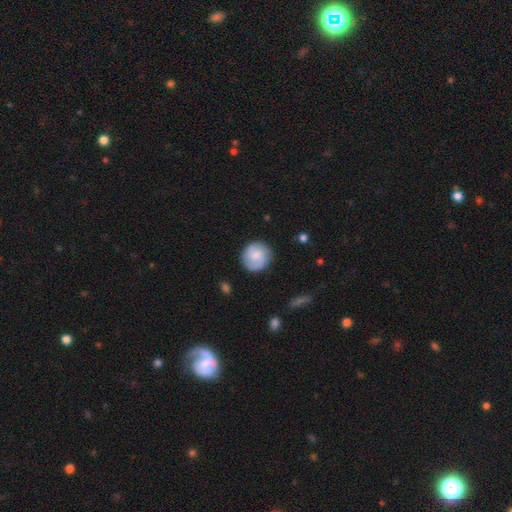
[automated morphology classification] smooth-or-featured: smooth: 61% | featured or disk: 32% | star or artifact: 7%
  how-rounded: round: 89% | in between: 10% | cigar-shaped: 1%
  merging: none: 83% | minor disturbance: 12% | major disturbance: 4% | merger: 1%